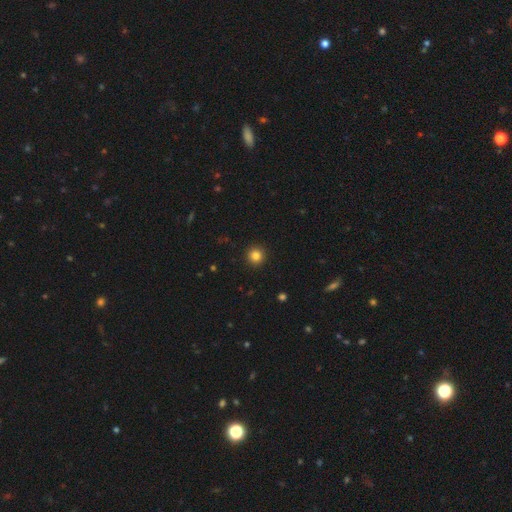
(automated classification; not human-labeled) Smooth or featured? smooth (83%)
How rounded? round (95%)
Merging? none (93%)